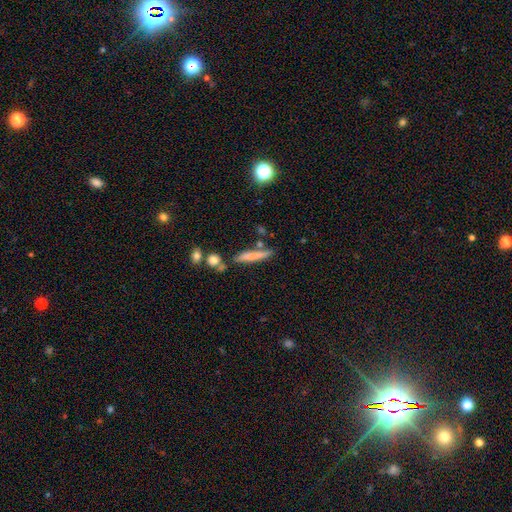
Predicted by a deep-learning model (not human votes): Q: Smooth or featured?
A: smooth (72%); runner-up: featured or disk (21%)
Q: How rounded?
A: cigar-shaped (90%); runner-up: in between (9%)
Q: Merging?
A: none (69%); runner-up: minor disturbance (15%)